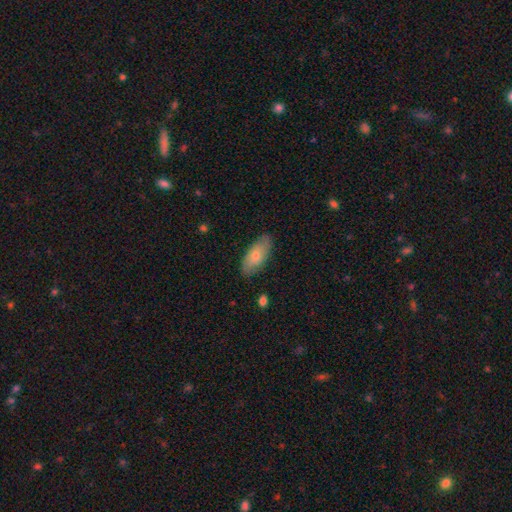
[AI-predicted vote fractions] Smooth or featured?
  - smooth: 71% *
  - featured or disk: 23%
  - star or artifact: 6%
How rounded?
  - in between: 87% *
  - cigar-shaped: 11%
  - round: 2%
Merging?
  - none: 82% *
  - minor disturbance: 14%
  - major disturbance: 3%
  - merger: 1%